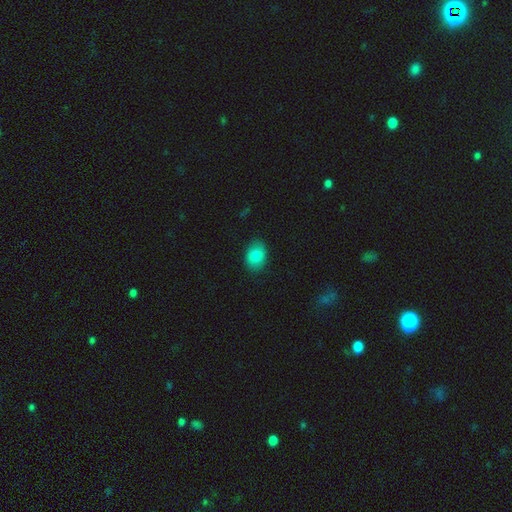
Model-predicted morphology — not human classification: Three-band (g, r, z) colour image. It shows a smooth galaxy with no disk features (84%) that is in between round and cigar-shaped (78%). Merging: none (85%).